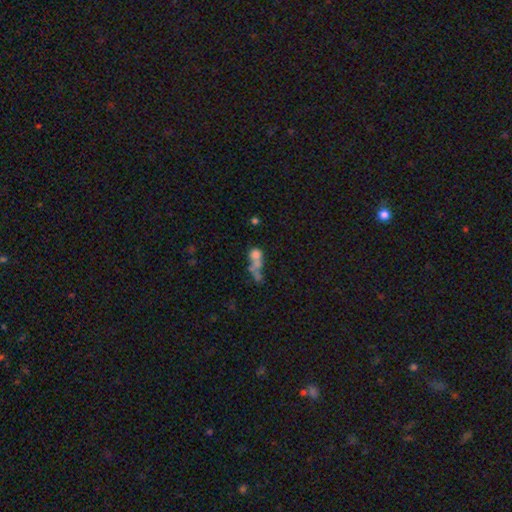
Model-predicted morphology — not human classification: smooth-or-featured: smooth: 58% | featured or disk: 27% | star or artifact: 15%
  how-rounded: round: 53% | in between: 40% | cigar-shaped: 7%
  merging: merger: 52% | none: 21% | major disturbance: 17% | minor disturbance: 10%